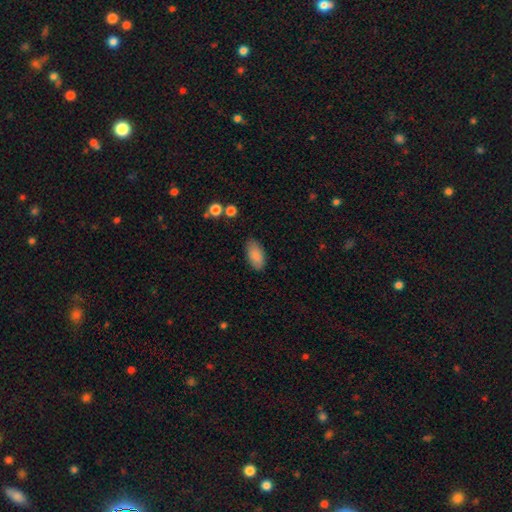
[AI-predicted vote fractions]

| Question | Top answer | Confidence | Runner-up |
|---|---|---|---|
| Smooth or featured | smooth | 86% | star or artifact (7%) |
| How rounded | in between | 92% | cigar-shaped (5%) |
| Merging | none | 83% | minor disturbance (13%) |